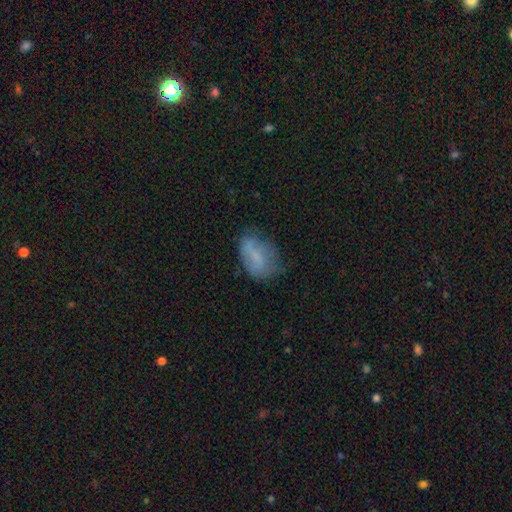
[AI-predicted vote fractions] Morphology: type=smooth (65%); roundness=in between (88%); merging=none (50%).